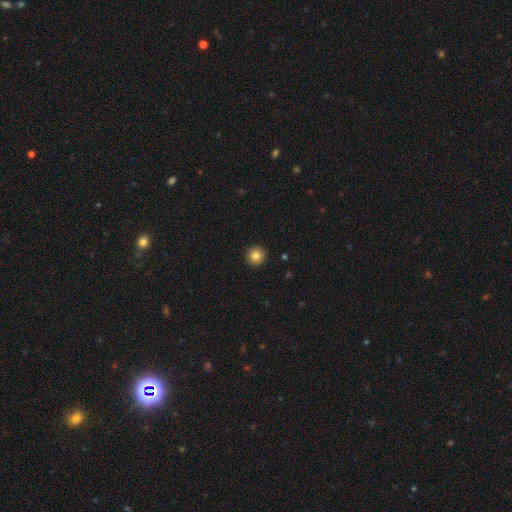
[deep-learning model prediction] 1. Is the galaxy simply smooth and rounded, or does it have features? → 85% smooth, 10% star or artifact, 5% featured or disk.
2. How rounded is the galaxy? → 95% round, 4% in between, 1% cigar-shaped.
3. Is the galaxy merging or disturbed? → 93% none, 5% minor disturbance, 2% major disturbance, 1% merger.